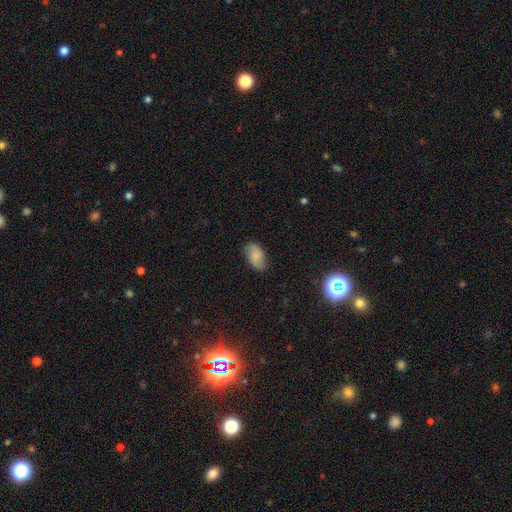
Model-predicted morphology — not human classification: smooth_or_featured: smooth (p=0.64) [alt: featured or disk p=0.27]
how_rounded: in between (p=0.93) [alt: round p=0.05]
merging: none (p=0.75) [alt: minor disturbance p=0.20]